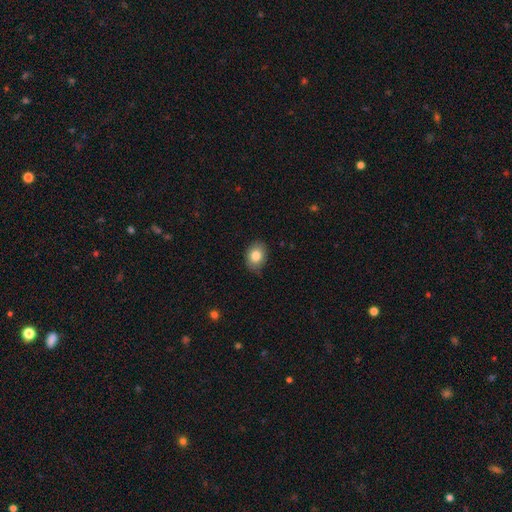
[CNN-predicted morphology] Q: Smooth or featured?
A: smooth (83%); runner-up: featured or disk (9%)
Q: How rounded?
A: in between (64%); runner-up: round (35%)
Q: Merging?
A: none (79%); runner-up: minor disturbance (17%)